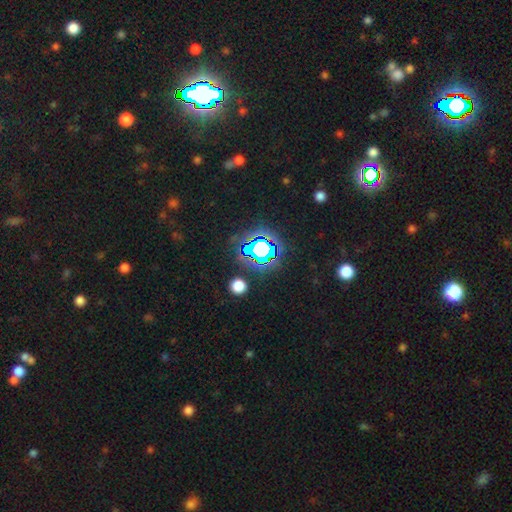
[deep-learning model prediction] Morphology: type=star or artifact (81%).